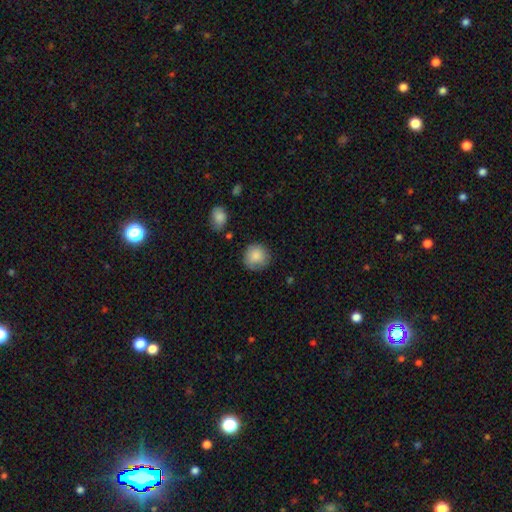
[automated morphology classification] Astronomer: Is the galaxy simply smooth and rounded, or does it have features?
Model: smooth — 86%.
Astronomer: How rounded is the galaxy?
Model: round — 91%.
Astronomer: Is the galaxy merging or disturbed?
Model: none — 79%.